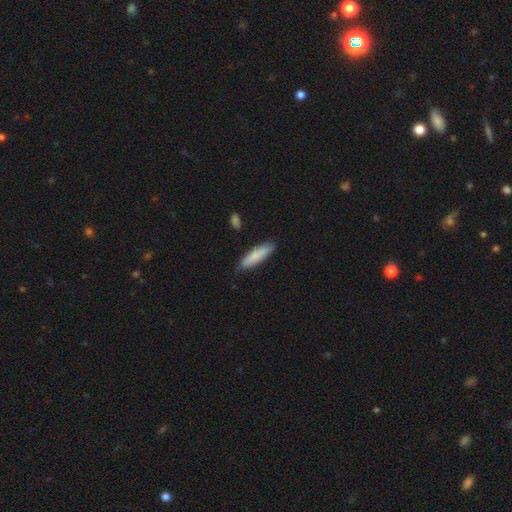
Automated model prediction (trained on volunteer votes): Smooth or featured?
  - smooth: 84% *
  - featured or disk: 10%
  - star or artifact: 6%
How rounded?
  - cigar-shaped: 65% *
  - in between: 34%
  - round: 1%
Merging?
  - none: 83% *
  - minor disturbance: 13%
  - major disturbance: 2%
  - merger: 2%